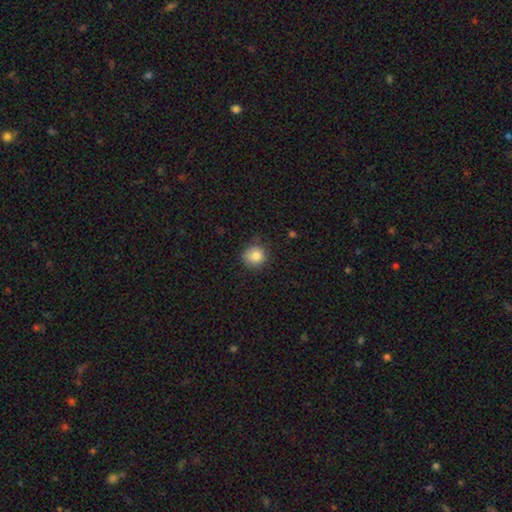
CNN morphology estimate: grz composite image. It shows a smooth galaxy with no disk features (83%) that is round (87%). Merging: none (74%).